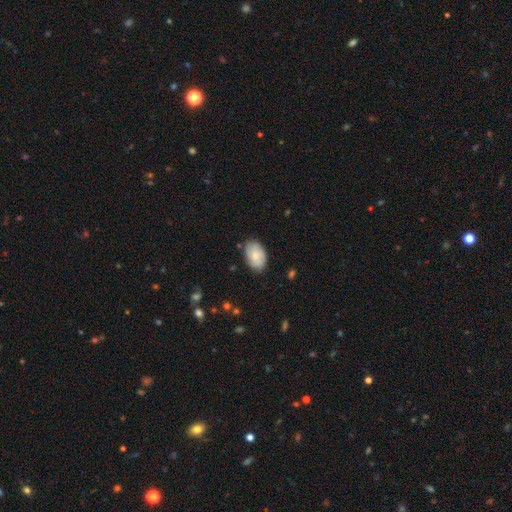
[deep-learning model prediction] The model was most divided on "smooth or featured": smooth: 64%, featured or disk: 29%, star or artifact: 7%. More confident: how rounded — in between (88%); merging — none (78%).